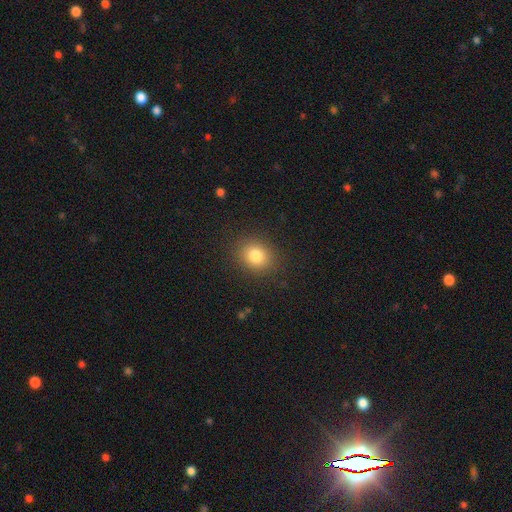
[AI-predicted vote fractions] Smooth or featured?
  - smooth: 81% *
  - star or artifact: 11%
  - featured or disk: 8%
How rounded?
  - round: 63% *
  - in between: 36%
  - cigar-shaped: 1%
Merging?
  - none: 87% *
  - minor disturbance: 8%
  - major disturbance: 3%
  - merger: 1%